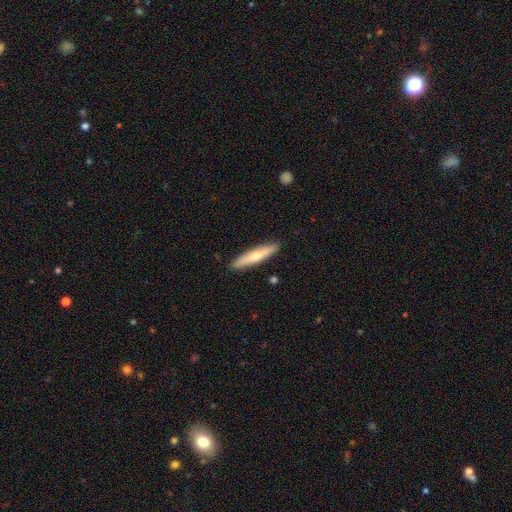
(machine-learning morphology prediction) smooth_or_featured: smooth (p=0.64) [alt: featured or disk p=0.31]
how_rounded: cigar-shaped (p=0.89) [alt: in between p=0.10]
merging: none (p=0.91) [alt: minor disturbance p=0.07]